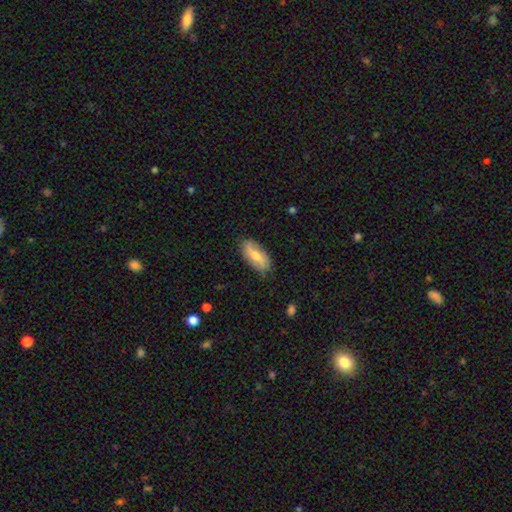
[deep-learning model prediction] Smooth or featured?
  - smooth: 48% *
  - featured or disk: 46%
  - star or artifact: 6%
Merging?
  - none: 82% *
  - minor disturbance: 14%
  - major disturbance: 3%
  - merger: 1%